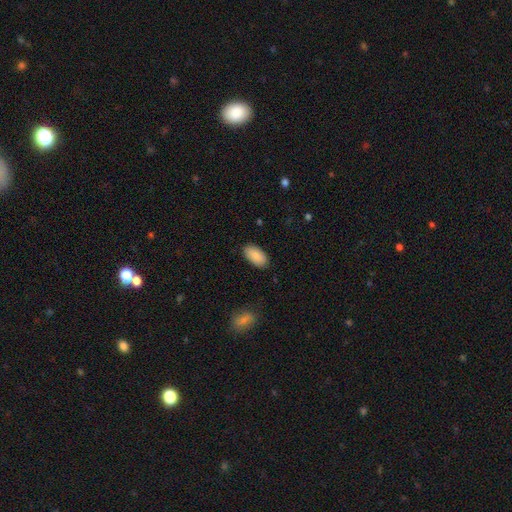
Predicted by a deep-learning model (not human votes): A smooth galaxy with no disk features (87%) that is in between round and cigar-shaped (95%). Merging: none (87%).